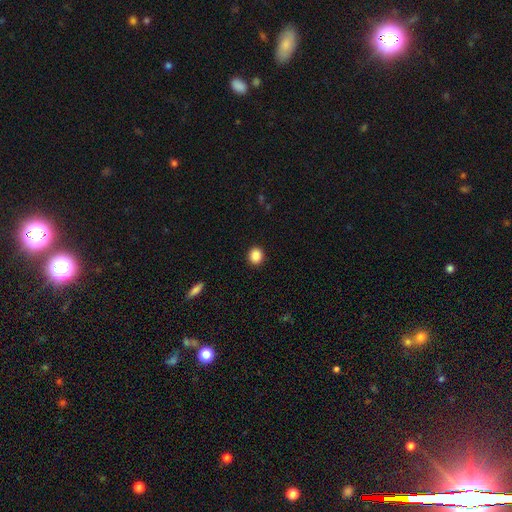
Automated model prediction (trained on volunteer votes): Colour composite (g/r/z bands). It shows a smooth galaxy with no disk features (88%) that is round (82%). Merging: none (92%).